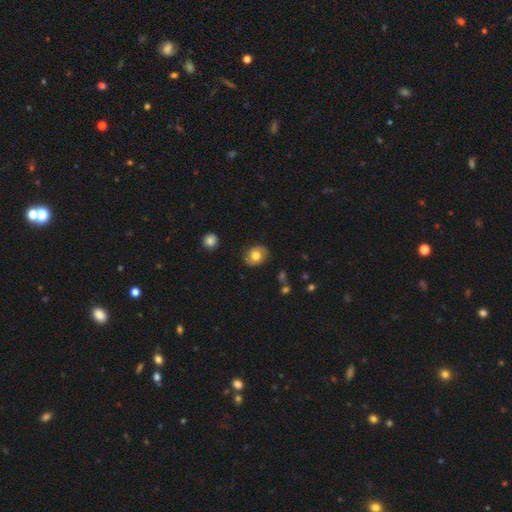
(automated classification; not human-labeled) Smooth or featured? Predicted: smooth (p=0.76). How rounded? Predicted: in between (p=0.50). Merging? Predicted: none (p=0.85).